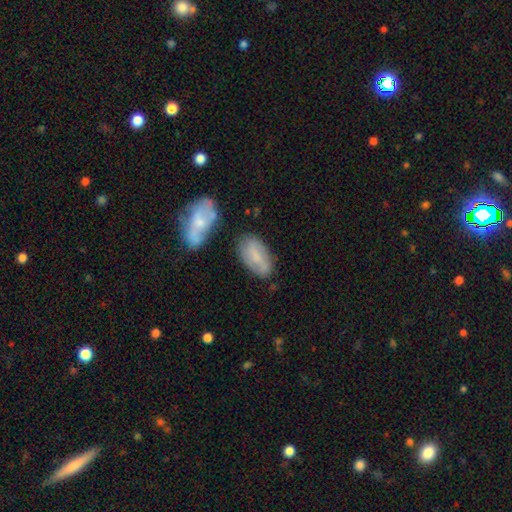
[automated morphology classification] A smooth galaxy with no disk features (65%) that is in between round and cigar-shaped (93%).

Vote fractions:
- Smooth or featured? smooth: 65% / featured or disk: 28% / star or artifact: 7%
- How rounded? in between: 93% / cigar-shaped: 4% / round: 4%
- Merging? none: 66% / minor disturbance: 21% / merger: 7% / major disturbance: 6%